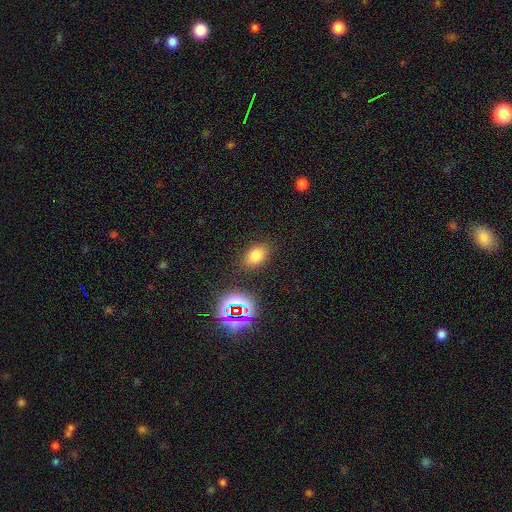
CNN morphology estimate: smooth 73%, star or artifact 18%, featured or disk 9%. Down the decision tree: how rounded — in between (78%); merging — none (83%).